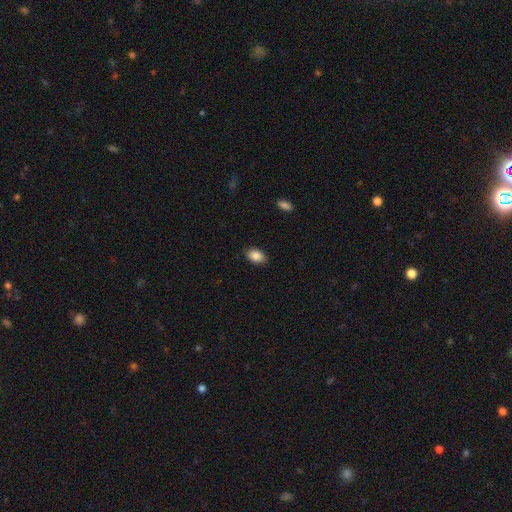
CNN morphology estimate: Smooth or featured? smooth (88%)
How rounded? in between (86%)
Merging? none (88%)